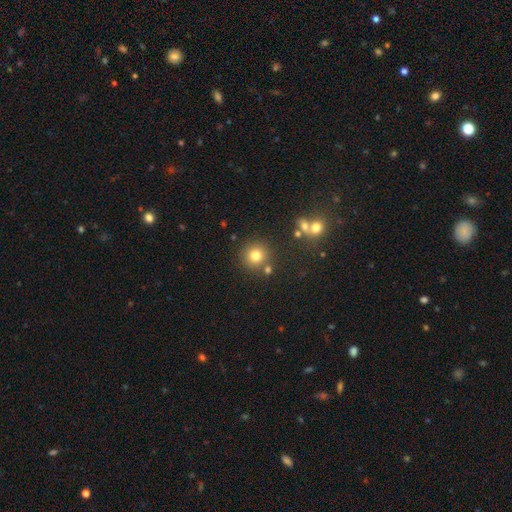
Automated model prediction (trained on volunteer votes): Smooth or featured? smooth (78%)
How rounded? round (93%)
Merging? none (80%)